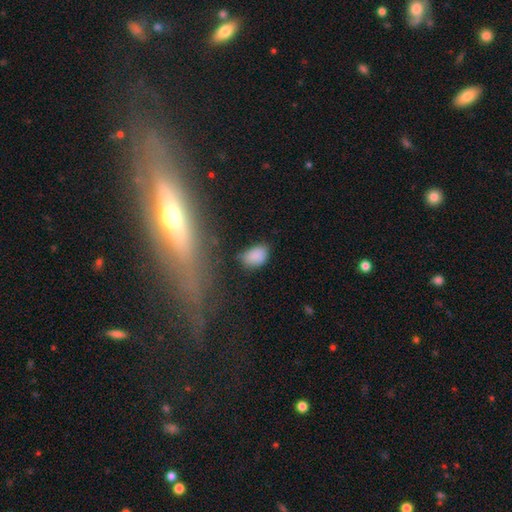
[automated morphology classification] Smooth or featured?
  - smooth: 84% *
  - star or artifact: 10%
  - featured or disk: 6%
How rounded?
  - in between: 86% *
  - round: 12%
  - cigar-shaped: 2%
Merging?
  - none: 61% *
  - minor disturbance: 27%
  - major disturbance: 8%
  - merger: 5%